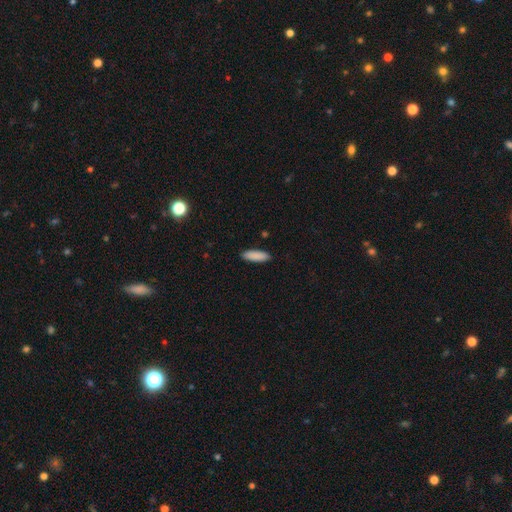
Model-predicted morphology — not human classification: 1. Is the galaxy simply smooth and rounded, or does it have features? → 89% smooth, 6% star or artifact, 5% featured or disk.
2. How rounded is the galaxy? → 53% in between, 45% cigar-shaped, 2% round.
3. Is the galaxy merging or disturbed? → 90% none, 8% minor disturbance, 2% major disturbance, 1% merger.